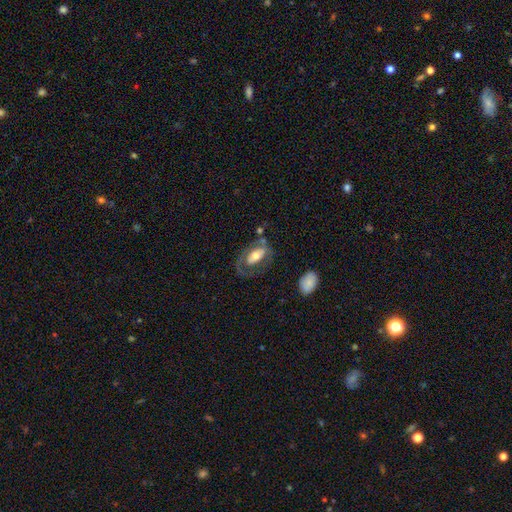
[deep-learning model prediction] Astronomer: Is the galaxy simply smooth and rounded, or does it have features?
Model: featured or disk — 55% (runner-up: smooth, 38%).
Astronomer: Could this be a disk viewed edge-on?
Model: no — 91%.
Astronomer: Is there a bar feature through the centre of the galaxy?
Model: no — 57%.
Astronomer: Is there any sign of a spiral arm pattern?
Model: no — 54% (runner-up: yes, 46%).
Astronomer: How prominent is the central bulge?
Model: moderate — 62%.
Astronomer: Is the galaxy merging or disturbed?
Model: none — 46% (runner-up: major disturbance, 28%).